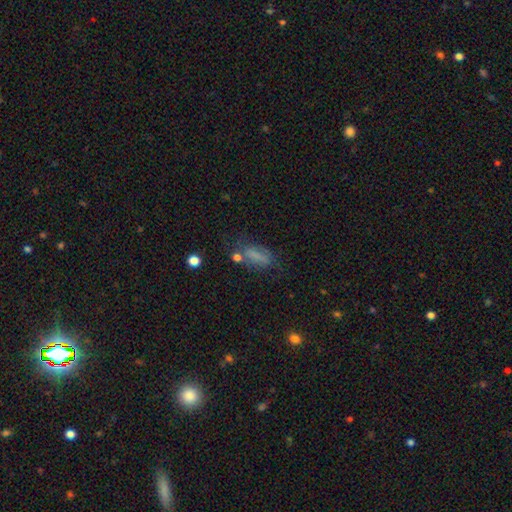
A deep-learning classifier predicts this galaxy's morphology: type=smooth (66%); roundness=in between (58%); merging=none (58%).